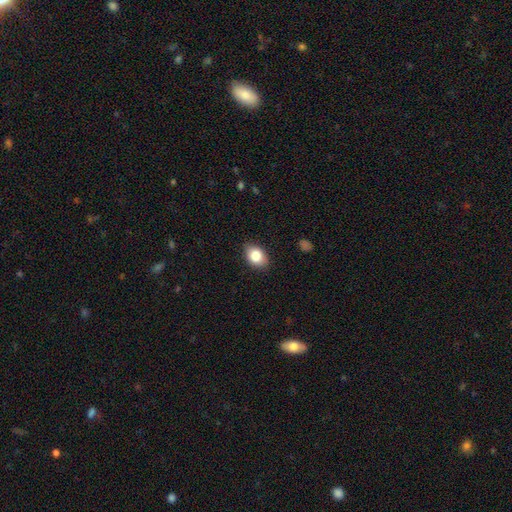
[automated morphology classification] This appears to be a smooth galaxy with no disk features (83%) that is in between round and cigar-shaped (79%). Merging: none (86%).